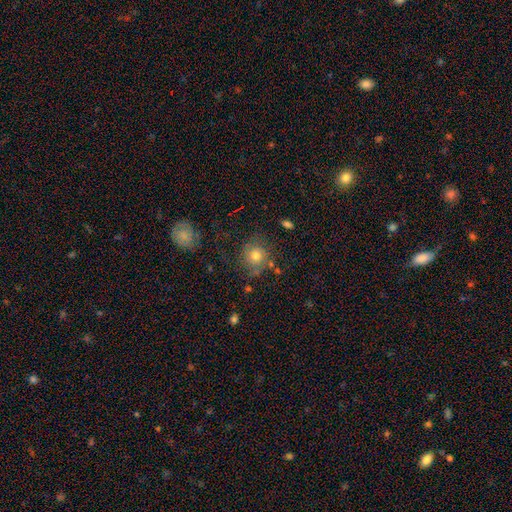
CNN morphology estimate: This appears to be a smooth galaxy with no disk features (60%) that is round (87%). Merging: none (69%).